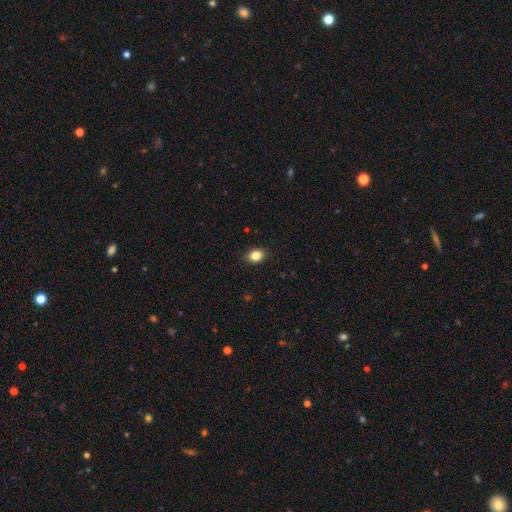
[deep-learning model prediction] Smooth or featured?
  - smooth: 85% *
  - star or artifact: 10%
  - featured or disk: 5%
How rounded?
  - in between: 67% *
  - round: 31%
  - cigar-shaped: 1%
Merging?
  - none: 88% *
  - minor disturbance: 9%
  - major disturbance: 2%
  - merger: 1%